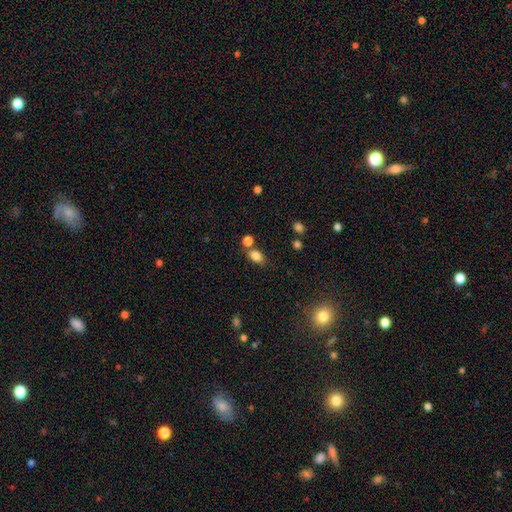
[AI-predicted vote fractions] The model was most divided on "merging": none: 61%, merger: 22%, minor disturbance: 13%, major disturbance: 4%. More confident: smooth or featured — smooth (82%); how rounded — in between (78%).